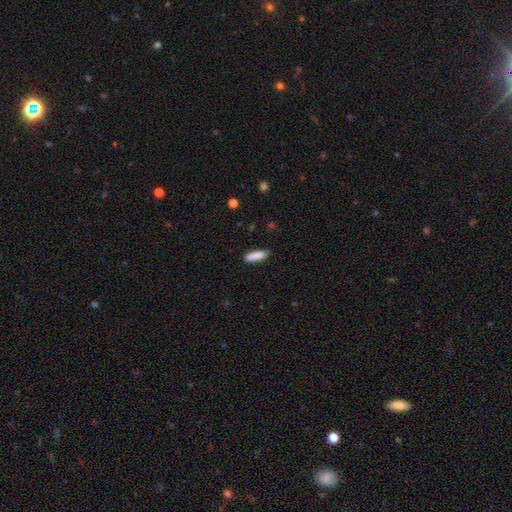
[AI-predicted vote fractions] smooth-or-featured: smooth: 87% | star or artifact: 6% | featured or disk: 6%
  how-rounded: cigar-shaped: 57% | in between: 42% | round: 2%
  merging: none: 84% | minor disturbance: 12% | major disturbance: 2% | merger: 2%